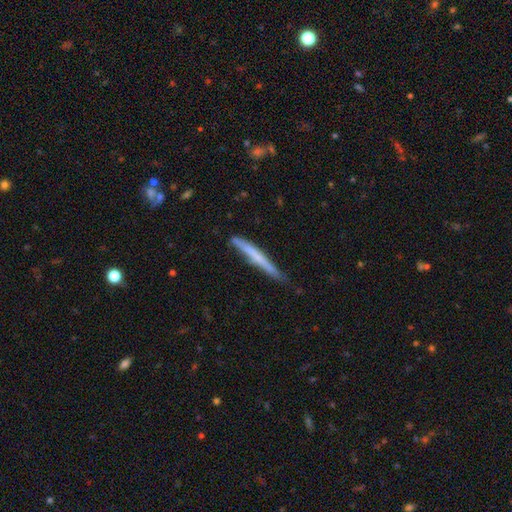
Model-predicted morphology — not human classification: Smooth or featured? Predicted: smooth (p=0.53). How rounded? Predicted: cigar-shaped (p=0.96). Merging? Predicted: none (p=0.72).